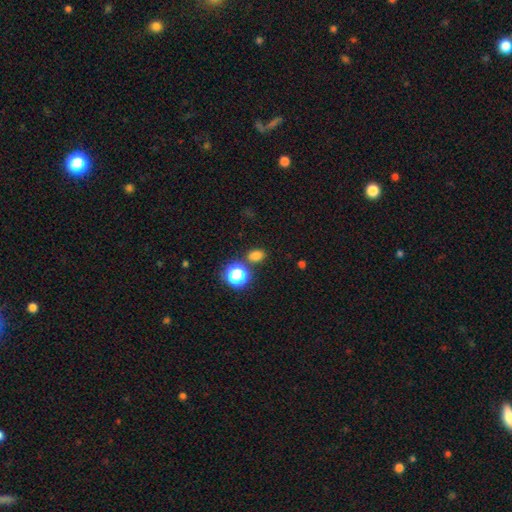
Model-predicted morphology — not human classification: The model was most divided on "how rounded": in between: 57%, round: 42%, cigar-shaped: 1%. More confident: merging — none (79%); smooth or featured — smooth (74%).